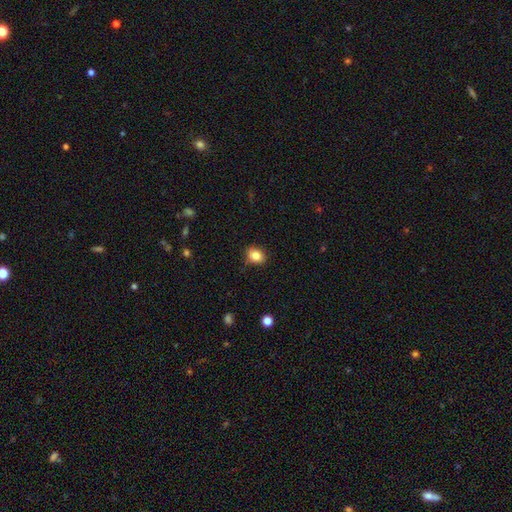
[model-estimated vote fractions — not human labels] Smooth or featured? smooth (83%)
How rounded? round (50%)
Merging? none (82%)